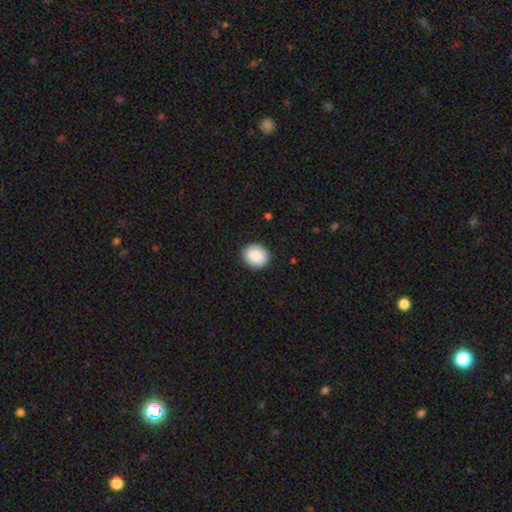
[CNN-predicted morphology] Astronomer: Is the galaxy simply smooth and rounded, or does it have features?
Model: smooth — 88%.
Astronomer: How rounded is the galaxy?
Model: round — 70%.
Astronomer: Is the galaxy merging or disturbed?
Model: none — 89%.